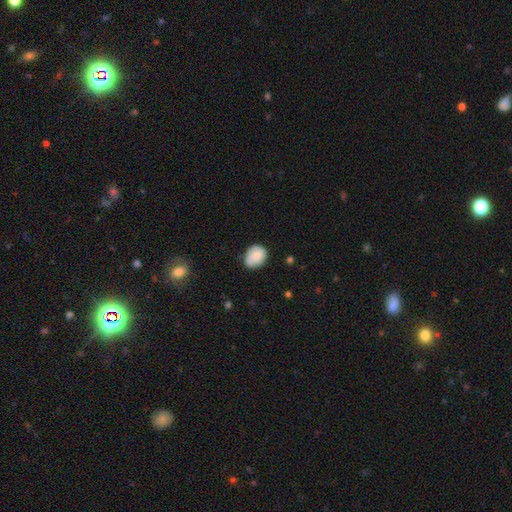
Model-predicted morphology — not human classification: smooth_or_featured: smooth (p=0.83) [alt: featured or disk p=0.09]
how_rounded: in between (p=0.55) [alt: round p=0.44]
merging: none (p=0.68) [alt: minor disturbance p=0.26]